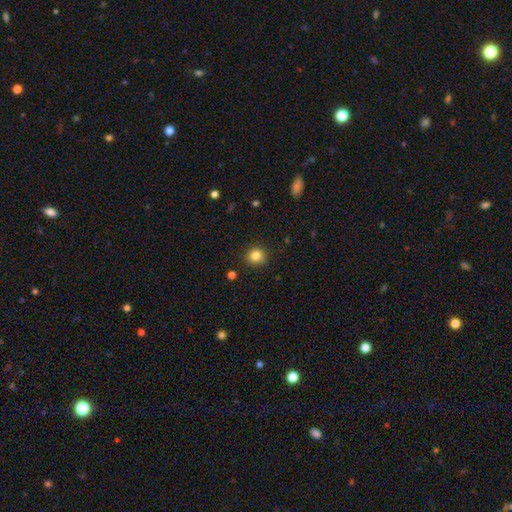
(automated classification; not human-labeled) Smooth or featured?
  - smooth: 83% *
  - star or artifact: 12%
  - featured or disk: 5%
How rounded?
  - round: 90% *
  - in between: 9%
  - cigar-shaped: 1%
Merging?
  - none: 89% *
  - minor disturbance: 7%
  - major disturbance: 2%
  - merger: 1%